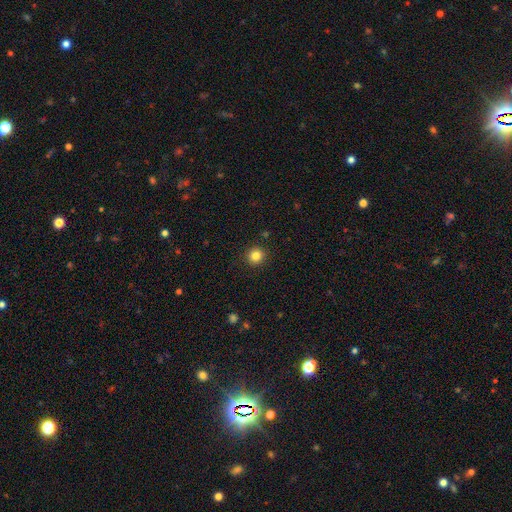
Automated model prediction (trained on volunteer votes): Smooth or featured?
  - smooth: 83% *
  - star or artifact: 12%
  - featured or disk: 5%
How rounded?
  - round: 93% *
  - in between: 6%
  - cigar-shaped: 1%
Merging?
  - none: 92% *
  - minor disturbance: 5%
  - major disturbance: 2%
  - merger: 1%